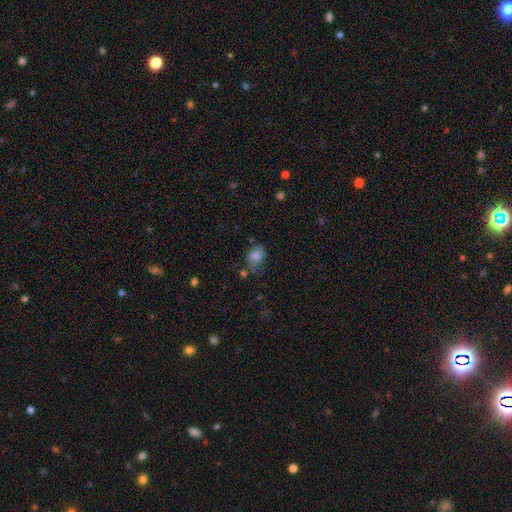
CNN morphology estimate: Smooth or featured?
  - smooth: 72% *
  - featured or disk: 17%
  - star or artifact: 11%
How rounded?
  - in between: 57% *
  - round: 42%
  - cigar-shaped: 1%
Merging?
  - none: 56% *
  - minor disturbance: 28%
  - major disturbance: 10%
  - merger: 7%